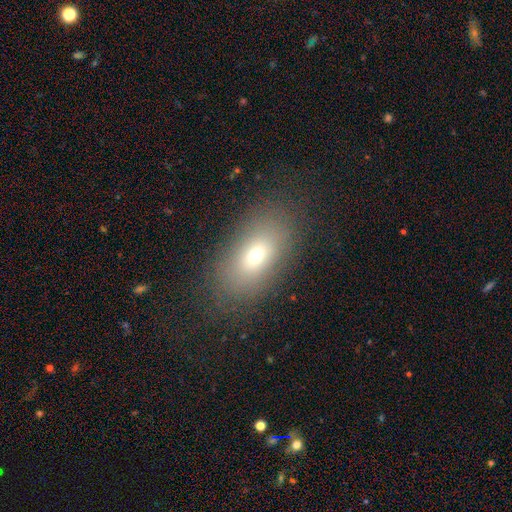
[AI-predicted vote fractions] Morphology: type=smooth (67%); roundness=in between (85%); merging=none (81%).